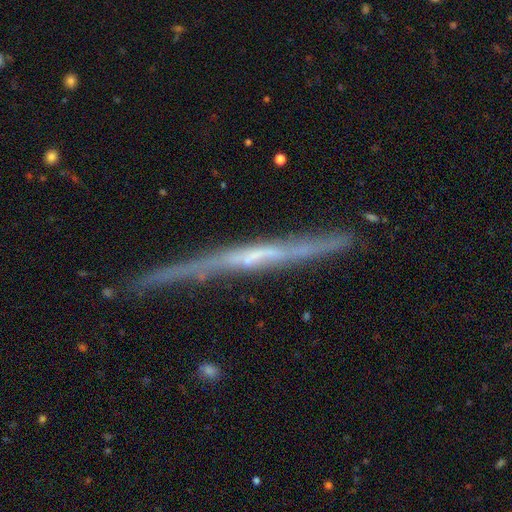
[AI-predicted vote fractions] Smooth or featured?
  - featured or disk: 75% *
  - smooth: 19%
  - star or artifact: 7%
Edge-on disk?
  - yes: 95% *
  - no: 5%
Edge-on bulge?
  - none: 72% *
  - rounded: 17%
  - boxy: 10%
Merging?
  - none: 77% *
  - minor disturbance: 18%
  - major disturbance: 4%
  - merger: 2%